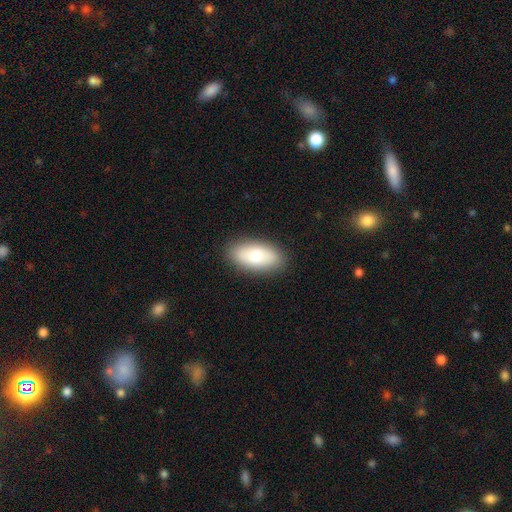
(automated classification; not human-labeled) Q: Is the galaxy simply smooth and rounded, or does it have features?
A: smooth — 76%.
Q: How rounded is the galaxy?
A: in between — 91%.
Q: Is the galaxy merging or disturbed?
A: none — 87%.